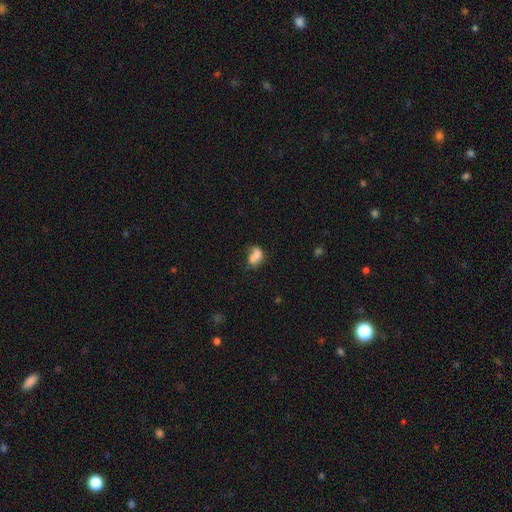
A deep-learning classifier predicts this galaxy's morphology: The model was most divided on "merging": merger: 41%, none: 28%, minor disturbance: 19%, major disturbance: 12%. More confident: smooth or featured — smooth (73%); how rounded — in between (72%).